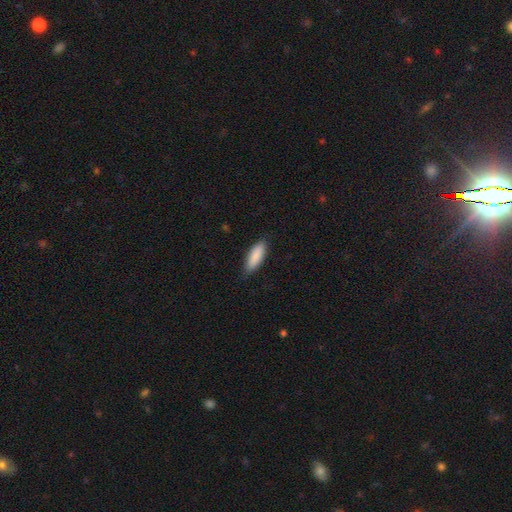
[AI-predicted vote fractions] Overall: smooth (88%). How rounded: in between (61%; cigar-shaped 38%). Merging: none (83%).